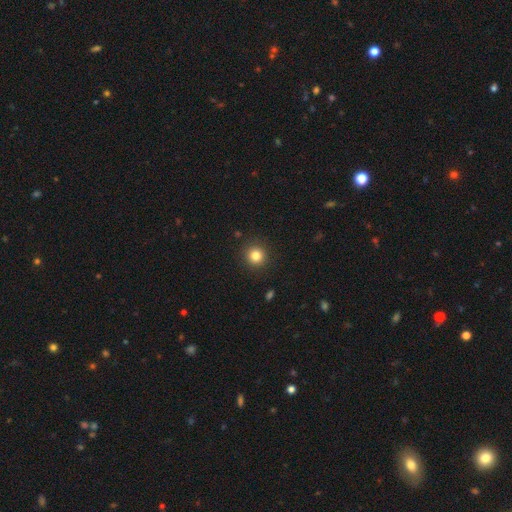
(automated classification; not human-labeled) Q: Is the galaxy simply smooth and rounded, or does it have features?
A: smooth — 82%.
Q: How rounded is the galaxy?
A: round — 94%.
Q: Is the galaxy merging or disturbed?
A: none — 91%.